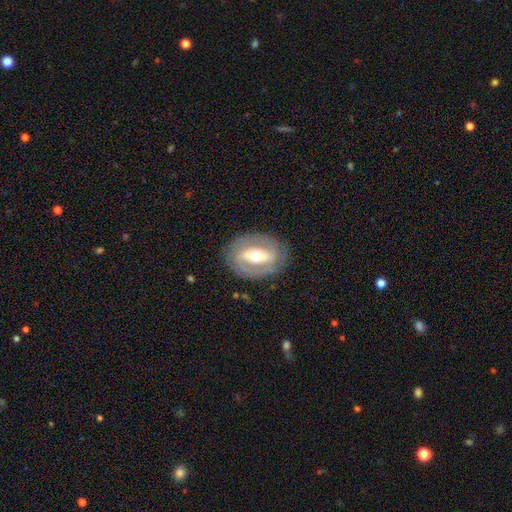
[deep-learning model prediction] Smooth or featured: featured or disk — 76% (smooth — 18%)
Edge-on disk: no — 91% (yes — 9%)
Bar: strong — 59% (weak — 28%)
Spiral arms: yes — 63% (no — 37%)
Bulge size: moderate — 66% (small — 25%)
Merging: none — 82% (minor disturbance — 12%)